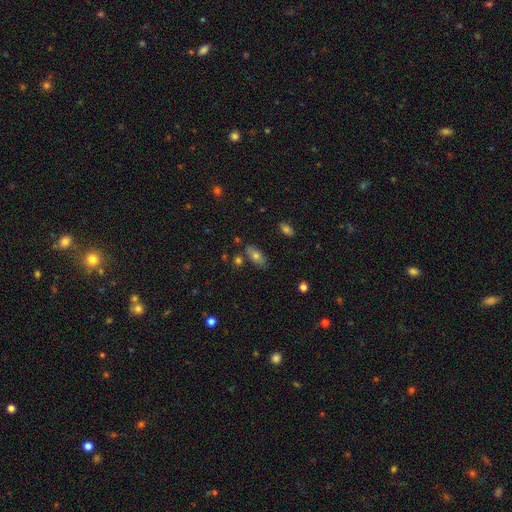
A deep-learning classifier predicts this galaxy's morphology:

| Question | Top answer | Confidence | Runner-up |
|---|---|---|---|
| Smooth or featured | smooth | 71% | featured or disk (19%) |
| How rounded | in between | 84% | cigar-shaped (11%) |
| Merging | none | 78% | minor disturbance (13%) |